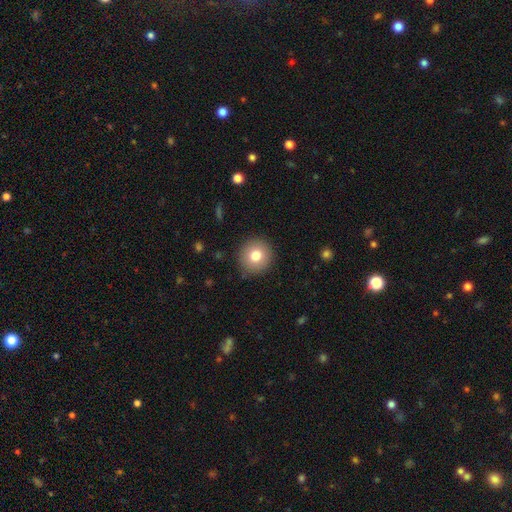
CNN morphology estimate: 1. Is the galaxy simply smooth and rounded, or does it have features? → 79% smooth, 11% featured or disk, 10% star or artifact.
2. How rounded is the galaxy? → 91% round, 8% in between, 1% cigar-shaped.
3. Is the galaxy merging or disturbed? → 88% none, 8% minor disturbance, 2% major disturbance, 1% merger.